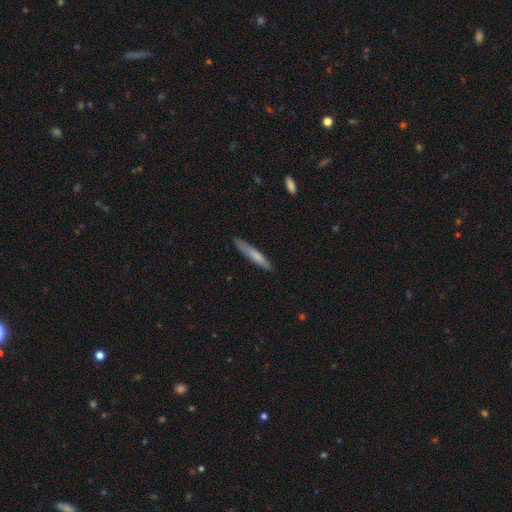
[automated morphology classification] smooth_or_featured: smooth (p=0.69) [alt: featured or disk p=0.25]
how_rounded: cigar-shaped (p=0.93) [alt: in between p=0.05]
merging: none (p=0.84) [alt: minor disturbance p=0.12]